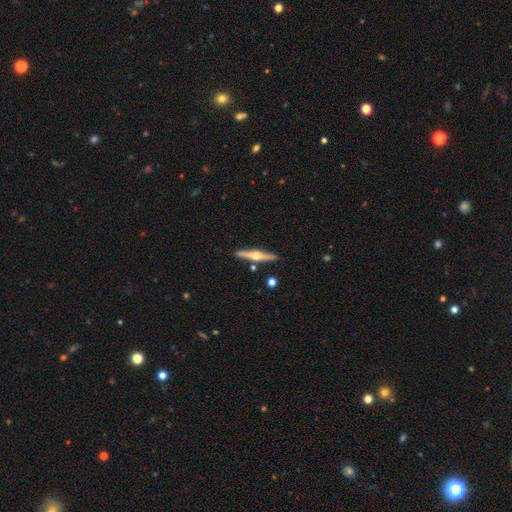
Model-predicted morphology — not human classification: Smooth or featured? Predicted: featured or disk (p=0.73). Edge-on disk? Predicted: yes (p=0.97). Edge-on bulge? Predicted: rounded (p=0.94). Merging? Predicted: none (p=0.87).